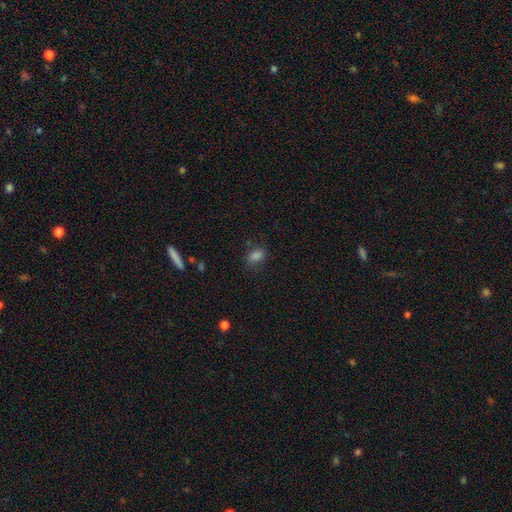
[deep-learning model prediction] Smooth or featured?
  - smooth: 83% *
  - star or artifact: 12%
  - featured or disk: 5%
How rounded?
  - in between: 81% *
  - round: 16%
  - cigar-shaped: 2%
Merging?
  - none: 76% *
  - minor disturbance: 17%
  - major disturbance: 5%
  - merger: 2%